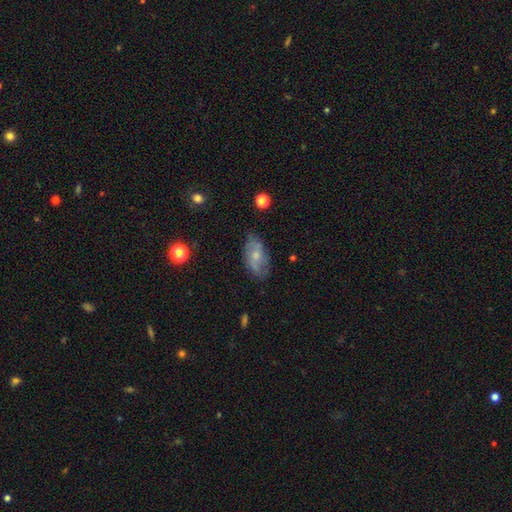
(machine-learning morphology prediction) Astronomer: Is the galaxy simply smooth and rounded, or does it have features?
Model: featured or disk — 47% (runner-up: smooth, 44%).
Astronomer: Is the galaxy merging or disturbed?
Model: none — 71%.